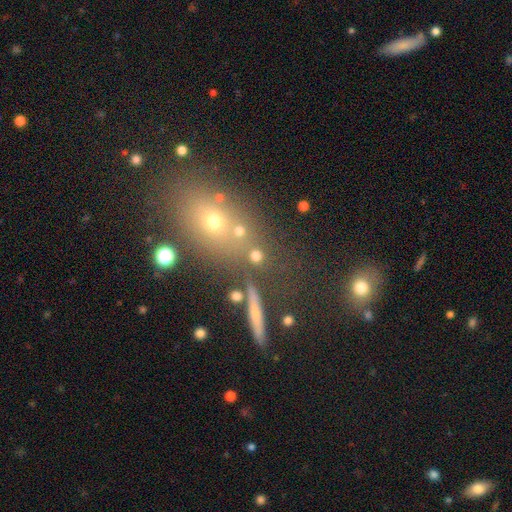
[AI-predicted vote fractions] smooth 69%, star or artifact 20%, featured or disk 11%. Down the decision tree: how rounded — round (81%); merging — none (71%).